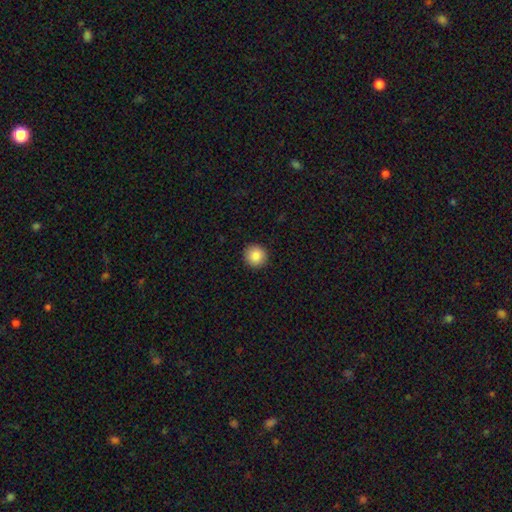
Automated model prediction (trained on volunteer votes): Smooth or featured? Predicted: smooth (p=0.87). How rounded? Predicted: round (p=0.95). Merging? Predicted: none (p=0.93).